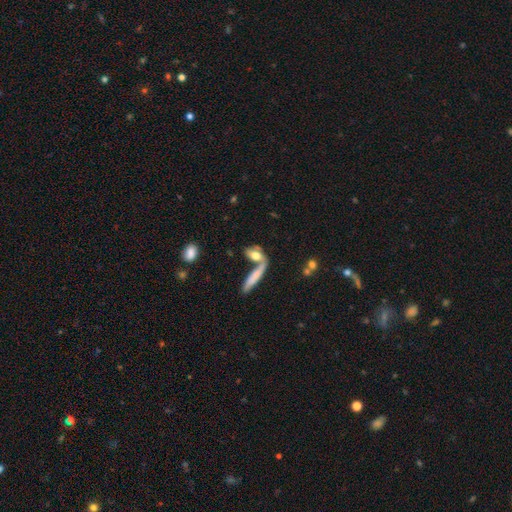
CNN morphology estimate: This appears to be a smooth galaxy with no disk features (64%) that is in between round and cigar-shaped (57%). Merging: merger (43%).